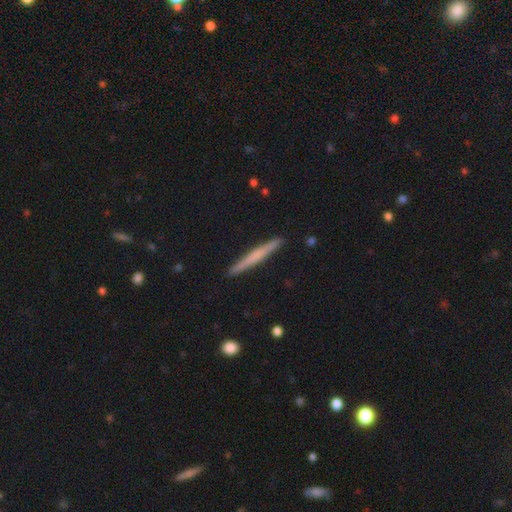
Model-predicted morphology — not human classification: Smooth or featured? Predicted: smooth (p=0.51). How rounded? Predicted: cigar-shaped (p=0.97). Merging? Predicted: none (p=0.92).